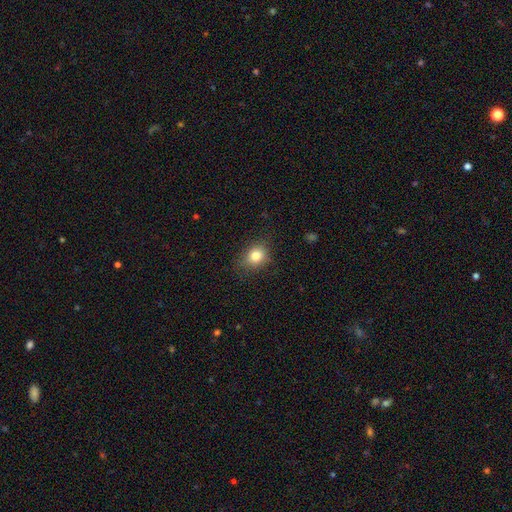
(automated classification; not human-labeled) Smooth or featured? smooth (81%)
How rounded? round (51%)
Merging? none (77%)